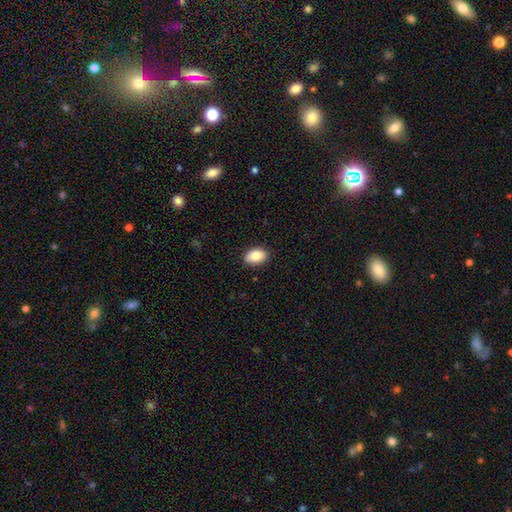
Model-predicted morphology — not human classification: This appears to be a smooth galaxy with no disk features (86%) that is in between round and cigar-shaped (89%). Merging: none (88%).